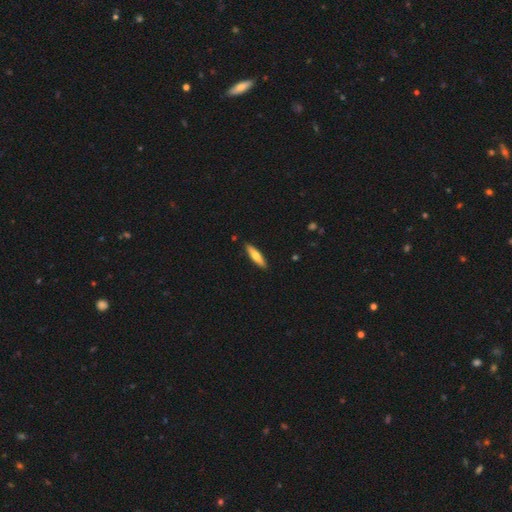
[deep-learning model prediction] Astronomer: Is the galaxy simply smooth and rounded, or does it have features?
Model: smooth — 64%.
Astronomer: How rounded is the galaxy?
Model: cigar-shaped — 77%.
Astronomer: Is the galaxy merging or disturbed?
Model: none — 90%.